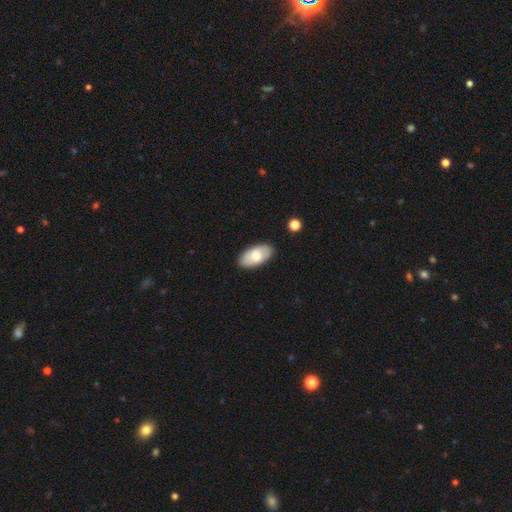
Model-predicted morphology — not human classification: smooth_or_featured: smooth (p=0.74) [alt: featured or disk p=0.20]
how_rounded: in between (p=0.95) [alt: cigar-shaped p=0.03]
merging: none (p=0.87) [alt: minor disturbance p=0.10]